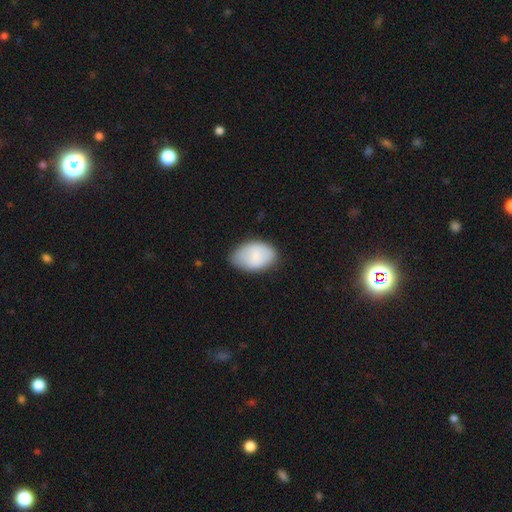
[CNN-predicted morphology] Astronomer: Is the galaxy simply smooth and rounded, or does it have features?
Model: smooth — 82%.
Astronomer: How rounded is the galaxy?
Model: in between — 91%.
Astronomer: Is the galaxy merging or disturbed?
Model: none — 71%.